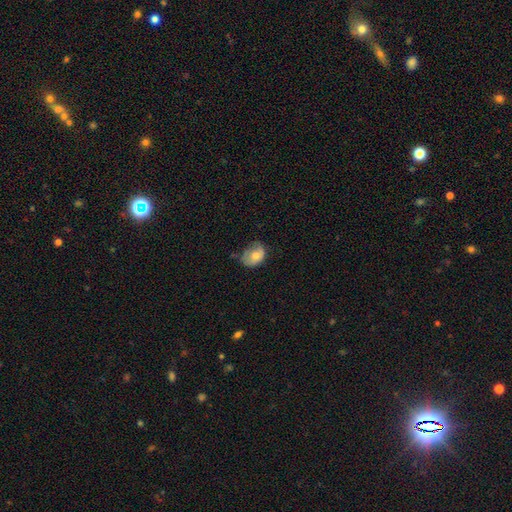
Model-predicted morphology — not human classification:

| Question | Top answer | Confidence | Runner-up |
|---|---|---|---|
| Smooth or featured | smooth | 66% | featured or disk (26%) |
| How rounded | in between | 64% | round (35%) |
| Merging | minor disturbance | 39% | none (38%) |